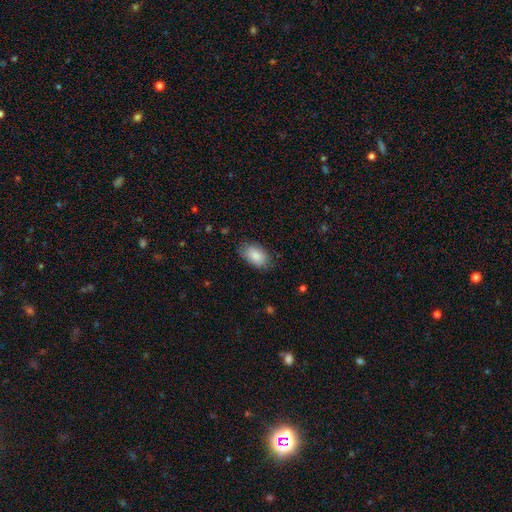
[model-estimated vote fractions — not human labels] Smooth or featured? Predicted: smooth (p=0.87). How rounded? Predicted: in between (p=0.93). Merging? Predicted: none (p=0.77).